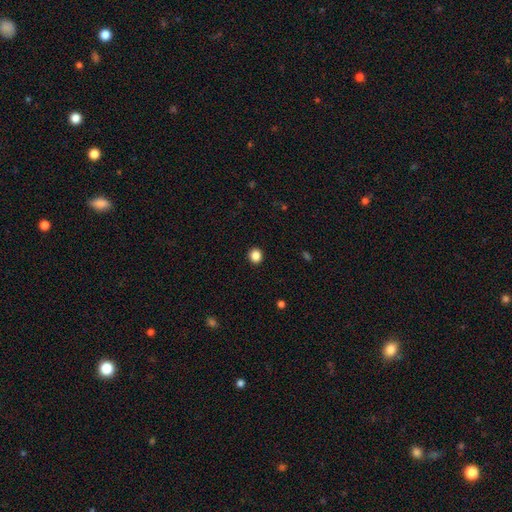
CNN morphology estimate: Smooth or featured?
  - smooth: 87% *
  - star or artifact: 11%
  - featured or disk: 3%
How rounded?
  - round: 88% *
  - in between: 11%
  - cigar-shaped: 1%
Merging?
  - none: 93% *
  - minor disturbance: 5%
  - major disturbance: 2%
  - merger: 1%